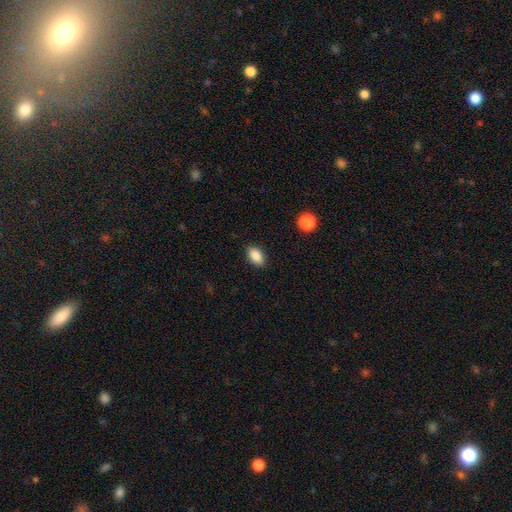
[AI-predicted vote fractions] A smooth galaxy with no disk features (87%) that is in between round and cigar-shaped (90%). Merging: none (88%).